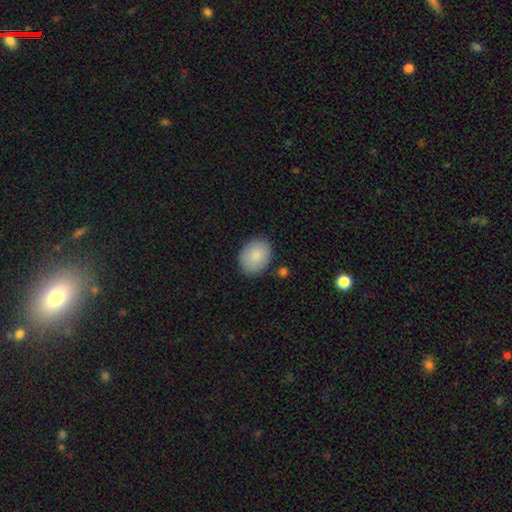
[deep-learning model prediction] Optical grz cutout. It shows a smooth galaxy with no disk features (86%) that is in between round and cigar-shaped (69%). Merging: none (83%).